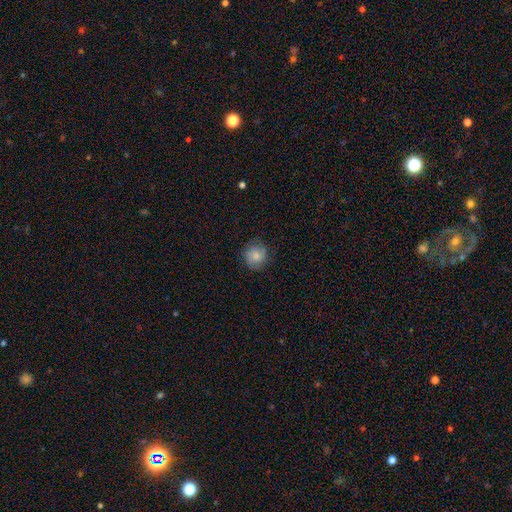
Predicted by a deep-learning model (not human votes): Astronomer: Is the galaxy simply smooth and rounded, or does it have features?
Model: smooth — 74%.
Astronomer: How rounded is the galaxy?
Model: round — 85%.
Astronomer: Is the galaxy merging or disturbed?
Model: none — 79%.